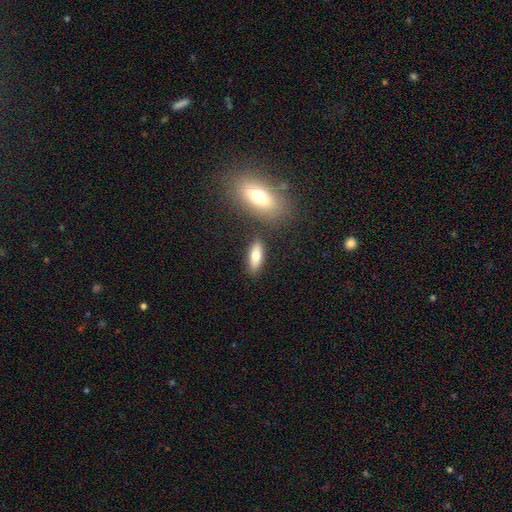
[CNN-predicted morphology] A smooth galaxy with no disk features (74%) that is in between round and cigar-shaped (69%).

Vote fractions:
- Smooth or featured? smooth: 74% / featured or disk: 19% / star or artifact: 7%
- How rounded? in between: 69% / cigar-shaped: 28% / round: 3%
- Merging? none: 80% / minor disturbance: 10% / merger: 7% / major disturbance: 3%